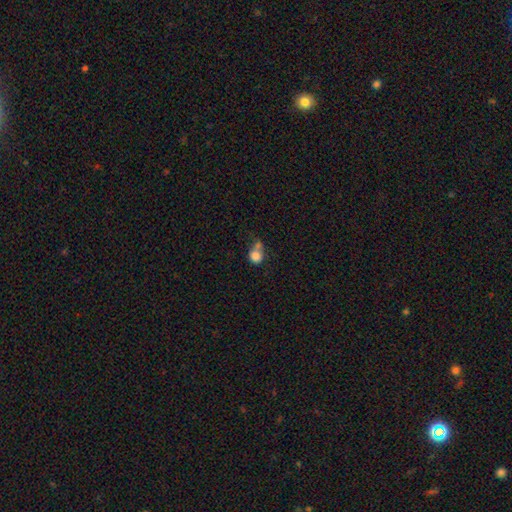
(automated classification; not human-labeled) This appears to be a smooth galaxy with no disk features (81%) that is round (82%). Merging: merger (38%).